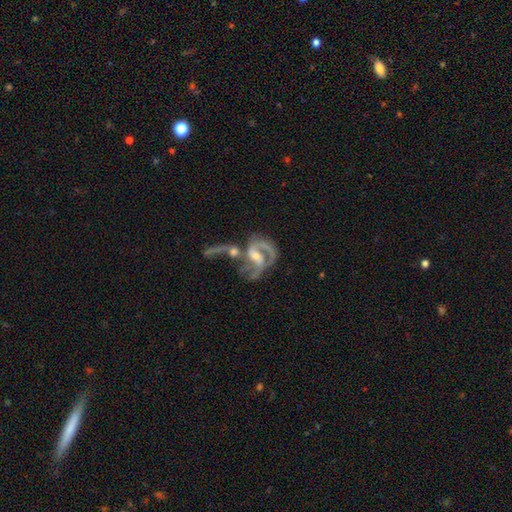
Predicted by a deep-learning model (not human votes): This is clearly a featured or disk galaxy (84%). It is clearly not viewed edge-on (97%). Bar: possibly weak (45%). Spiral arm pattern: clearly yes (89%). Spiral arm count: likely 2 (65%). Spiral winding: possibly medium (46%). Central bulge: possibly moderate (46%). Merging: possibly merger (49%).